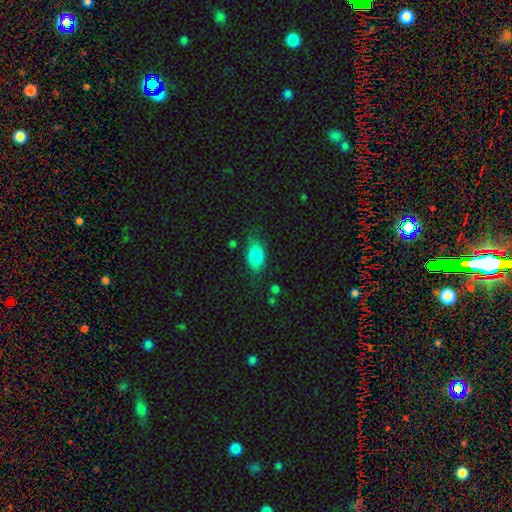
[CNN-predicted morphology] A smooth galaxy with no disk features (85%) that is in between round and cigar-shaped (87%). Merging: none (66%).